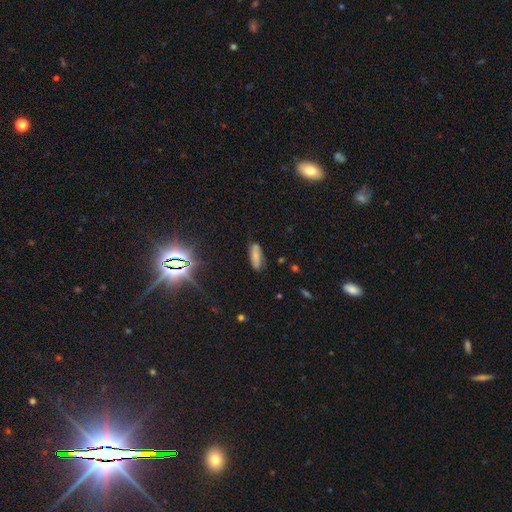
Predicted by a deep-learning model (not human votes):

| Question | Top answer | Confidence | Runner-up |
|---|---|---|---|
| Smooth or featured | smooth | 69% | featured or disk (16%) |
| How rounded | in between | 62% | cigar-shaped (36%) |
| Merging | none | 75% | minor disturbance (18%) |